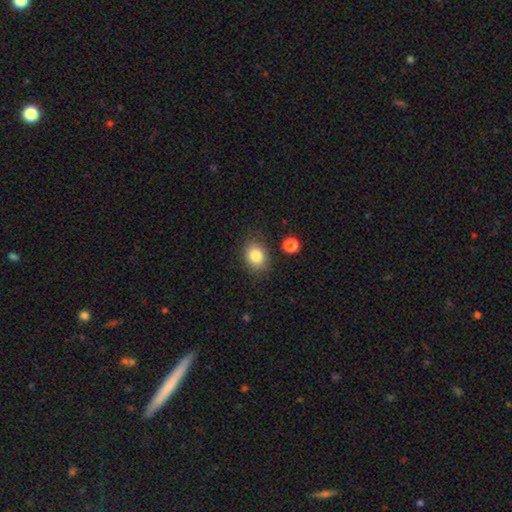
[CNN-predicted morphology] A smooth galaxy with no disk features (84%) that is in between round and cigar-shaped (56%). Merging: none (82%).